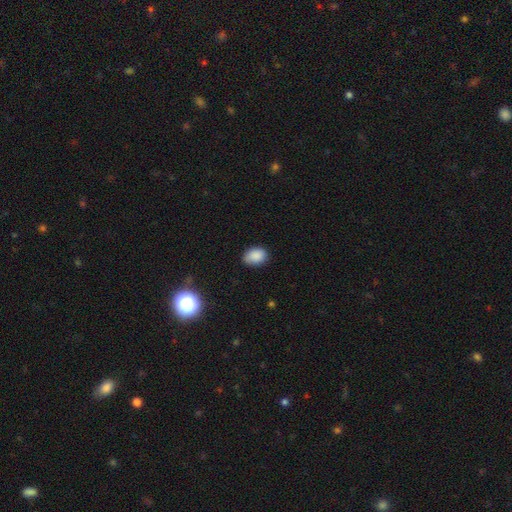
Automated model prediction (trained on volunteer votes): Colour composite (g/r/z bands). It shows a smooth galaxy with no disk features (87%) that is in between round and cigar-shaped (76%). Merging: none (79%).